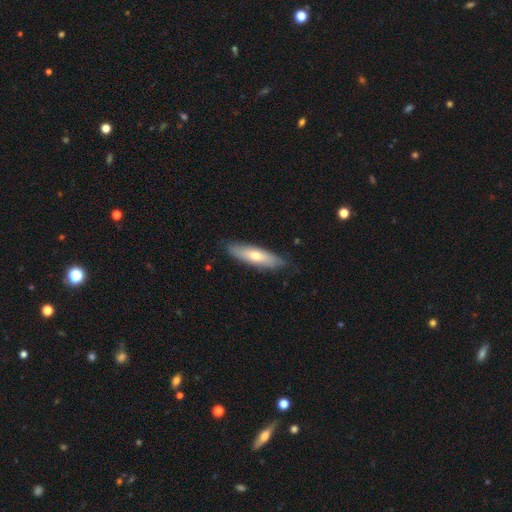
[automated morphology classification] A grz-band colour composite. It shows a smooth galaxy with no disk features (60%) that is cigar-shaped (63%). Merging: none (83%).